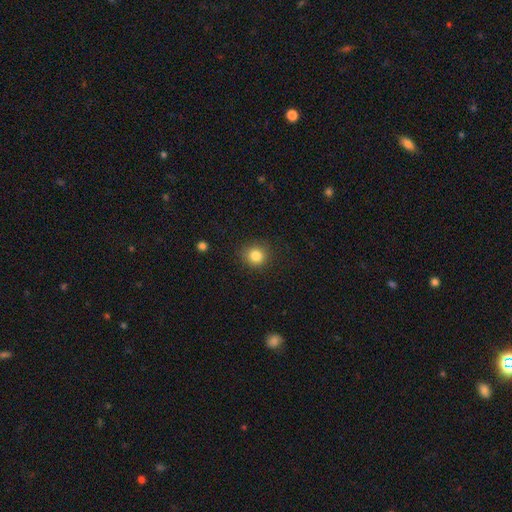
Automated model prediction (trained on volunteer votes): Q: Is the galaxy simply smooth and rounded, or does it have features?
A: smooth — 83%.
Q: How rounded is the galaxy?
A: round — 89%.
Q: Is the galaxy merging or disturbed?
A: none — 87%.